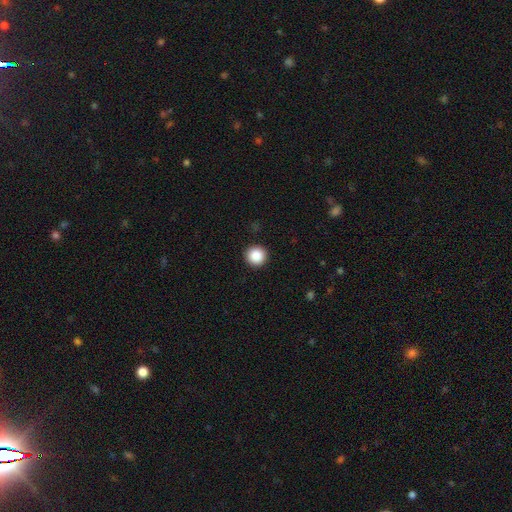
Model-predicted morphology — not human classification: A smooth galaxy with no disk features (88%) that is round (95%).

Vote fractions:
- Smooth or featured? smooth: 88% / star or artifact: 9% / featured or disk: 3%
- How rounded? round: 95% / in between: 4% / cigar-shaped: 1%
- Merging? none: 93% / minor disturbance: 5% / major disturbance: 2% / merger: 1%